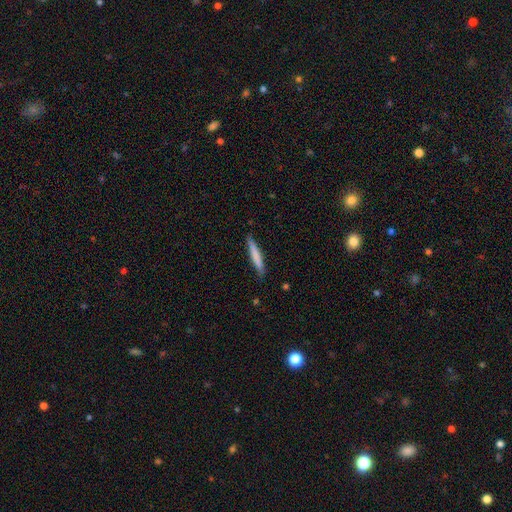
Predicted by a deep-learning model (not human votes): smooth 74%, featured or disk 21%, star or artifact 5%. Down the decision tree: how rounded — cigar-shaped (94%); merging — none (85%).